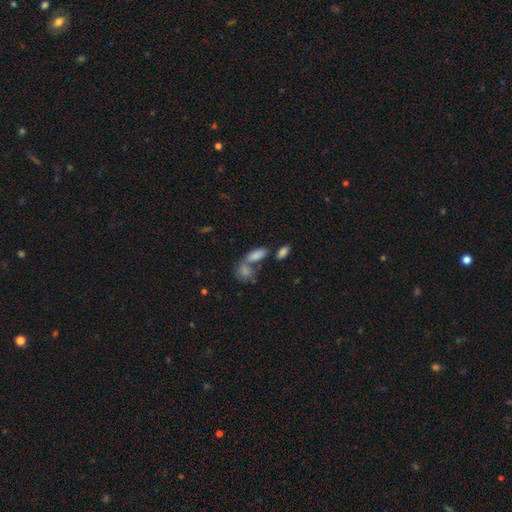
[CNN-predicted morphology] smooth_or_featured: smooth (p=0.75) [alt: featured or disk p=0.13]
how_rounded: in between (p=0.83) [alt: cigar-shaped p=0.09]
merging: merger (p=0.43) [alt: none p=0.42]